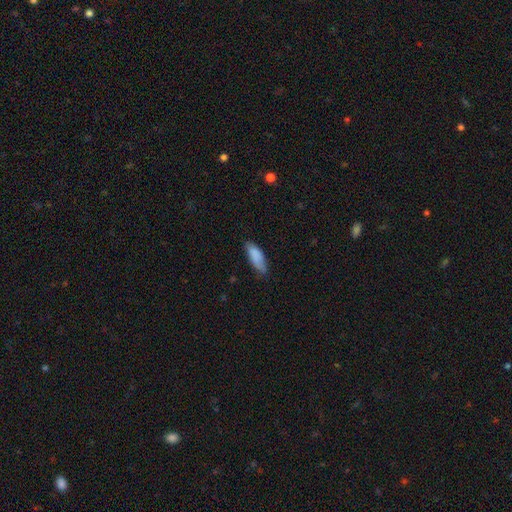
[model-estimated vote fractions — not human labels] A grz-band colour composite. It shows a smooth galaxy with no disk features (85%) that is in between round and cigar-shaped (68%). Merging: none (70%).